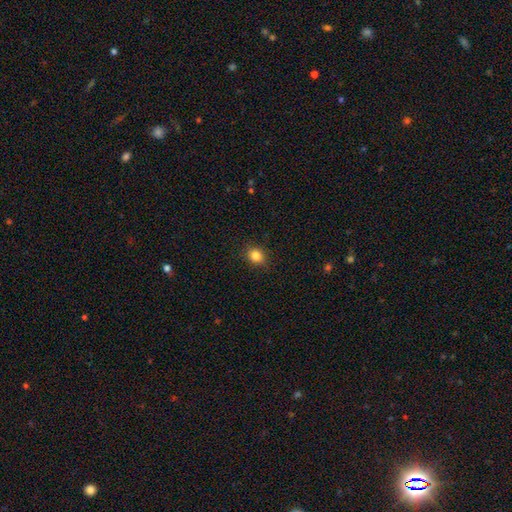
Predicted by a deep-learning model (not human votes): Smooth or featured?
  - smooth: 84% *
  - star or artifact: 11%
  - featured or disk: 5%
How rounded?
  - round: 64% *
  - in between: 35%
  - cigar-shaped: 1%
Merging?
  - none: 89% *
  - minor disturbance: 8%
  - major disturbance: 2%
  - merger: 1%